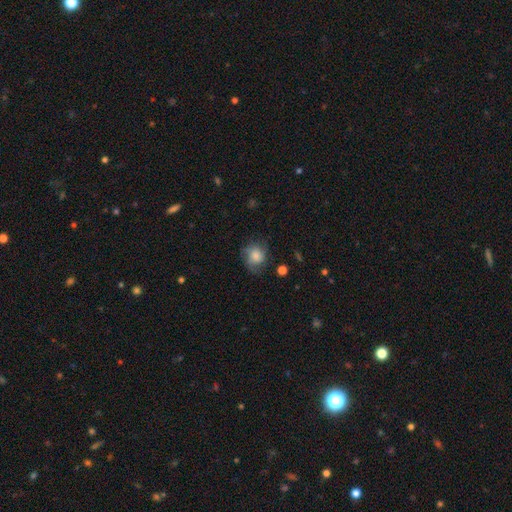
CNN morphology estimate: The model was most divided on "merging": none: 61%, minor disturbance: 25%, major disturbance: 12%, merger: 2%. More confident: how rounded — round (72%); smooth or featured — smooth (70%).